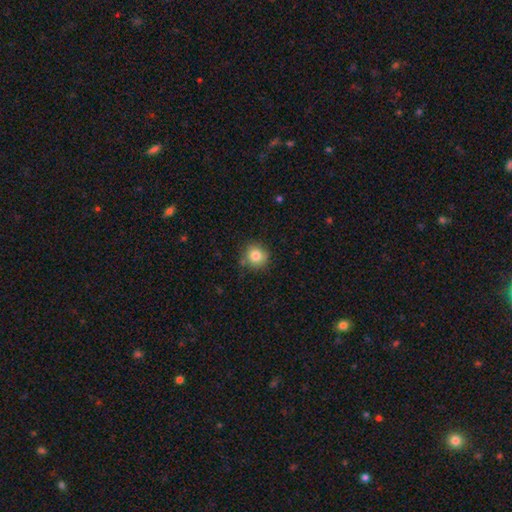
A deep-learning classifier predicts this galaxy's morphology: The model was most divided on "merging": none: 81%, minor disturbance: 13%, merger: 3%, major disturbance: 3%. More confident: how rounded — round (90%); smooth or featured — smooth (83%).